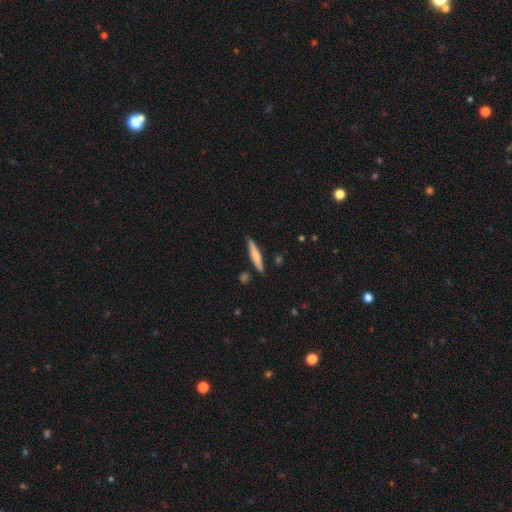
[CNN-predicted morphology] The model was most divided on "smooth or featured": smooth: 58%, featured or disk: 37%, star or artifact: 6%. More confident: how rounded — cigar-shaped (91%); merging — none (87%).